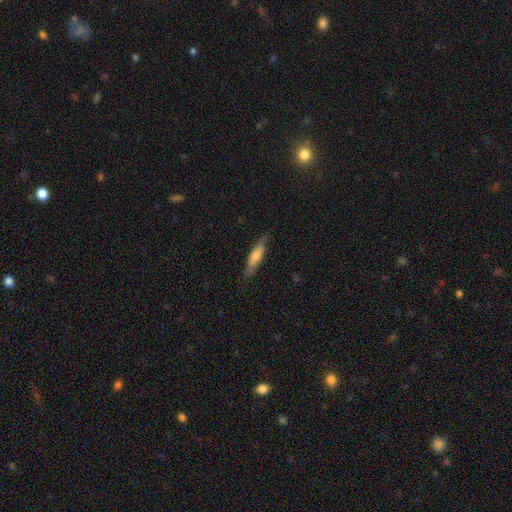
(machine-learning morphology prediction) Q: Smooth or featured?
A: smooth (58%); runner-up: featured or disk (36%)
Q: How rounded?
A: cigar-shaped (78%); runner-up: in between (20%)
Q: Merging?
A: none (80%); runner-up: minor disturbance (15%)